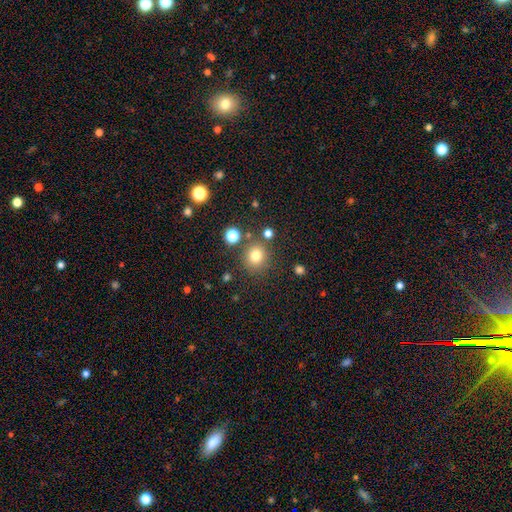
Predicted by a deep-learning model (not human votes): This is likely a smooth galaxy (78%). How rounded: clearly round (86%). Merging: clearly none (80%).